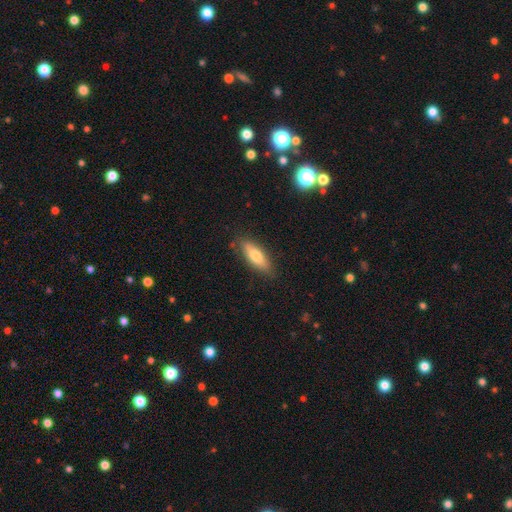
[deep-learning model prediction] Smooth or featured?
  - smooth: 73% *
  - featured or disk: 21%
  - star or artifact: 6%
How rounded?
  - in between: 61% *
  - cigar-shaped: 37%
  - round: 2%
Merging?
  - none: 82% *
  - minor disturbance: 14%
  - major disturbance: 3%
  - merger: 1%